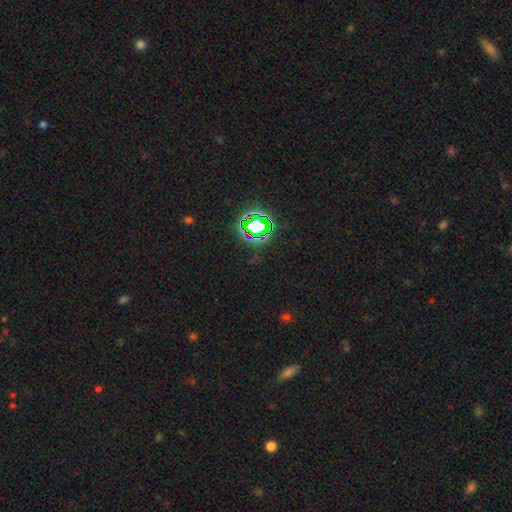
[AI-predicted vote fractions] Smooth or featured: star or artifact — 78% (smooth — 13%)